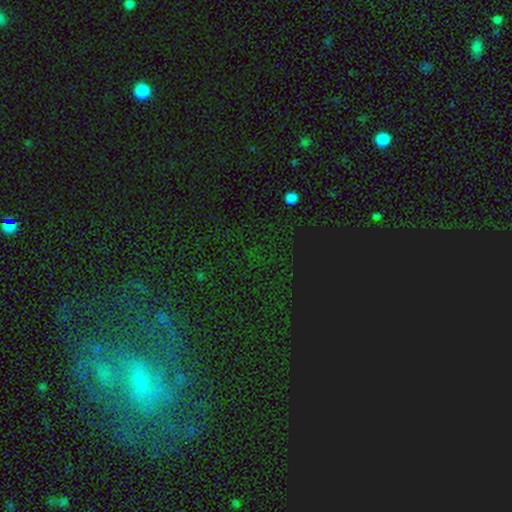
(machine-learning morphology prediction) Q: Smooth or featured?
A: star or artifact (64%); runner-up: featured or disk (20%)